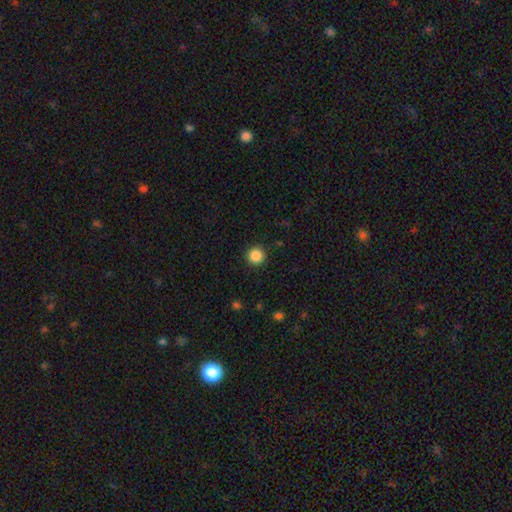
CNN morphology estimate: Smooth or featured: smooth — 87% (star or artifact — 10%)
How rounded: round — 95% (in between — 4%)
Merging: none — 92% (minor disturbance — 5%)